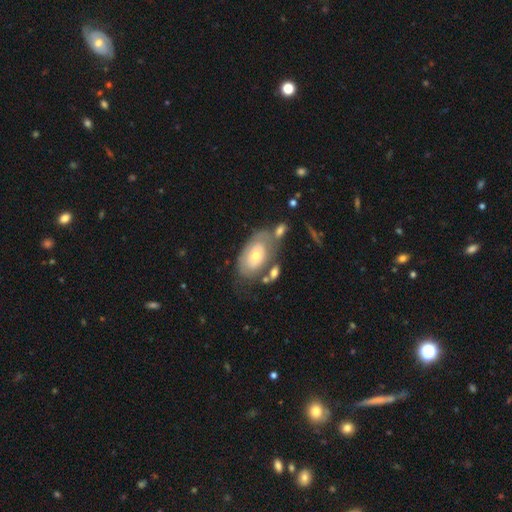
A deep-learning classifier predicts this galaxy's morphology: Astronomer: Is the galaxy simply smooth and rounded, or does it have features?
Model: featured or disk — 51% (runner-up: smooth, 42%).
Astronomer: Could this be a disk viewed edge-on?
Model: no — 92%.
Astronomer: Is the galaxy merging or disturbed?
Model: none — 46%.